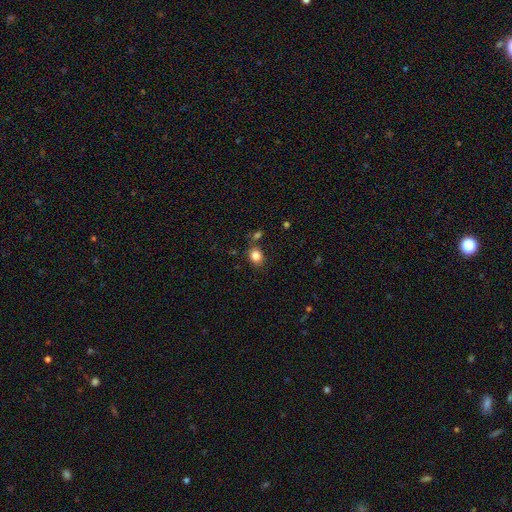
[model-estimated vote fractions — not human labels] smooth_or_featured: smooth (p=0.84) [alt: star or artifact p=0.11]
how_rounded: round (p=0.58) [alt: in between p=0.41]
merging: none (p=0.77) [alt: minor disturbance p=0.12]